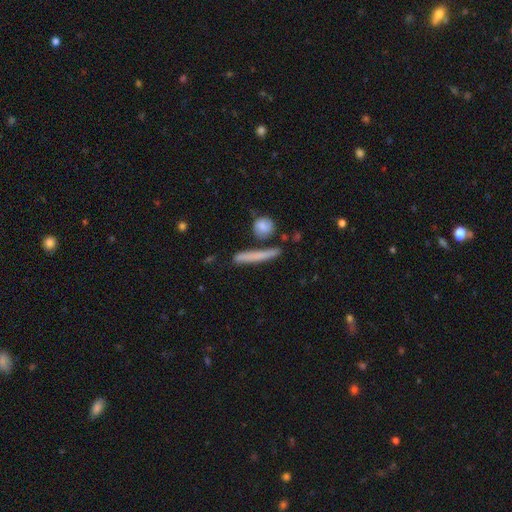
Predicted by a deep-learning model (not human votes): Overall: smooth (66%; featured or disk 26%). How rounded: cigar-shaped (91%). Merging: none (78%).